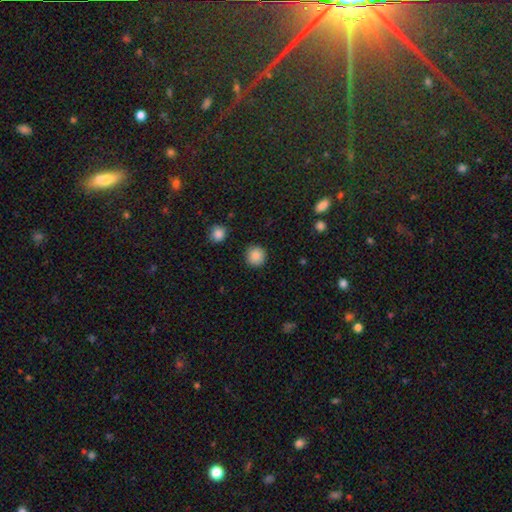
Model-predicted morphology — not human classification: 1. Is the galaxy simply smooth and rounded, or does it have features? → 87% smooth, 9% star or artifact, 4% featured or disk.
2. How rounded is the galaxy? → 94% round, 5% in between, 1% cigar-shaped.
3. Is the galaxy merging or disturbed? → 91% none, 5% minor disturbance, 2% major disturbance, 1% merger.